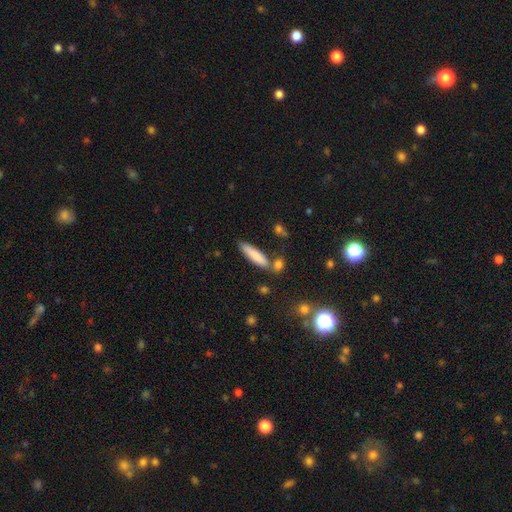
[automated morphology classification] type=smooth (80%); roundness=cigar-shaped (78%); merging=none (76%).